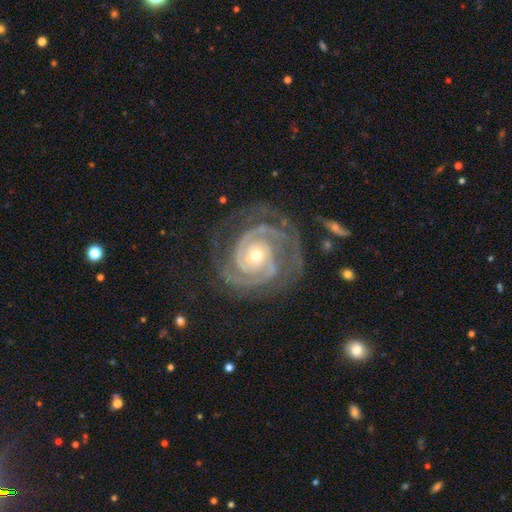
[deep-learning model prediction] Morphology: type=featured or disk (92%); edge-on=no (98%); bar=no (69%); spiral arms=yes (98%); winding=tight (76%); arm count=2 (50%); bulge=small (54%); merging=none (69%).